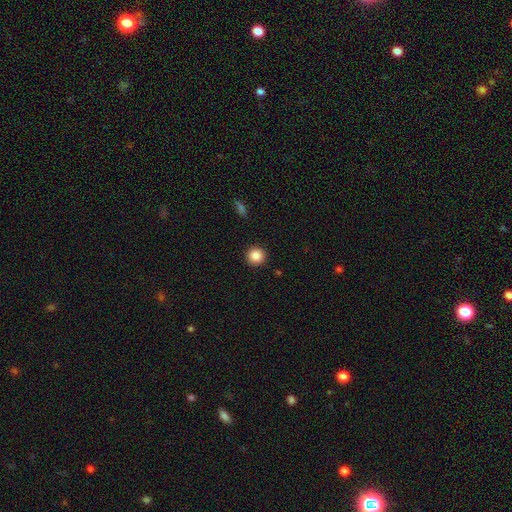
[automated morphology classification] Q: Smooth or featured?
A: smooth (86%); runner-up: star or artifact (10%)
Q: How rounded?
A: round (95%); runner-up: in between (4%)
Q: Merging?
A: none (93%); runner-up: minor disturbance (5%)